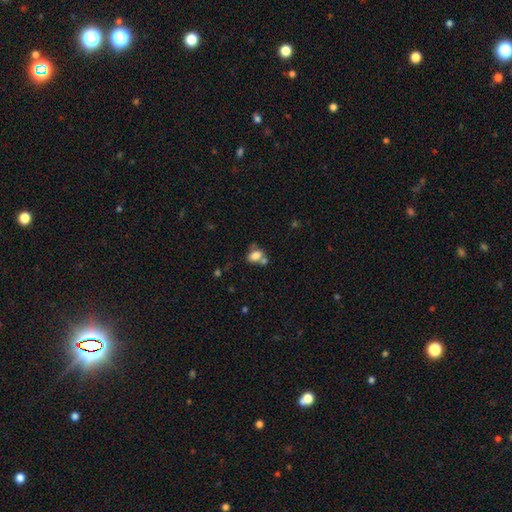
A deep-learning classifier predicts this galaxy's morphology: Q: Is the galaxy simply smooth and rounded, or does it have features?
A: smooth — 78%.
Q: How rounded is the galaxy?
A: in between — 78%.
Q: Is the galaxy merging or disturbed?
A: none — 40%.